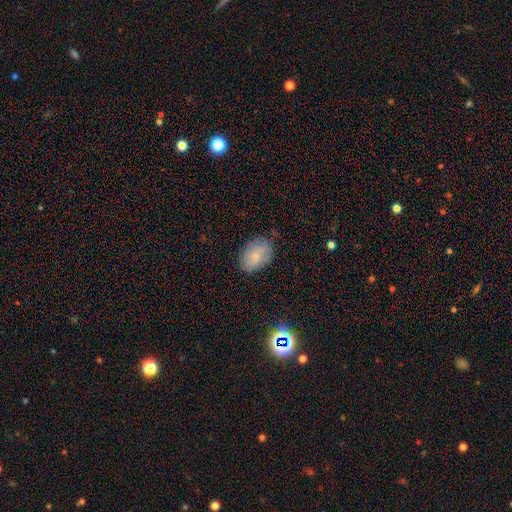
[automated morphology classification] type=smooth (70%); roundness=in between (82%); merging=none (75%).